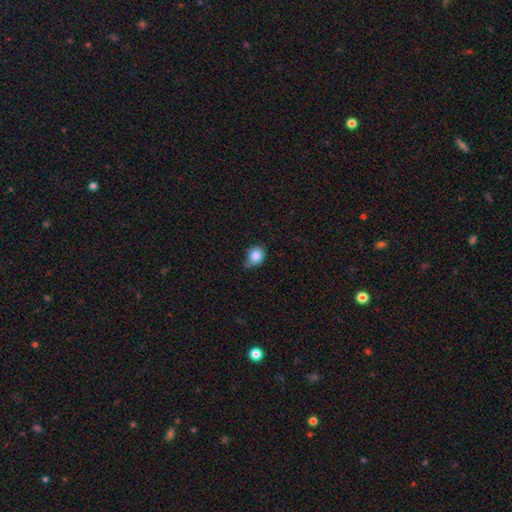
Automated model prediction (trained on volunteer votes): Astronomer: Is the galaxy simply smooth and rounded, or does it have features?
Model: smooth — 85%.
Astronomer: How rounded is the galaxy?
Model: round — 66%.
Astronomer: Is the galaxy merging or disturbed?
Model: none — 53% (runner-up: minor disturbance, 36%).